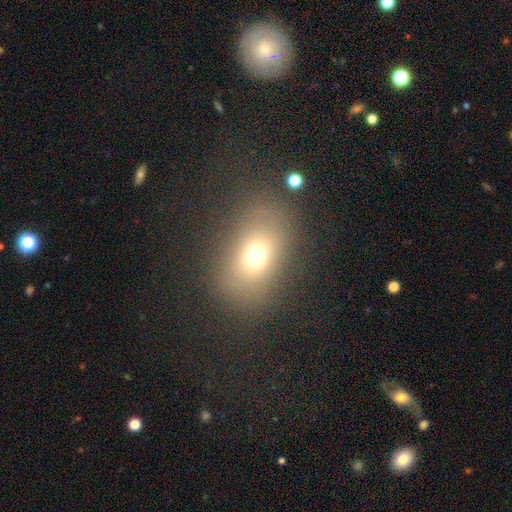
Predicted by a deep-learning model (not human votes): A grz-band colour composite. It shows a smooth galaxy with no disk features (66%) that is in between round and cigar-shaped (66%). Merging: none (75%).